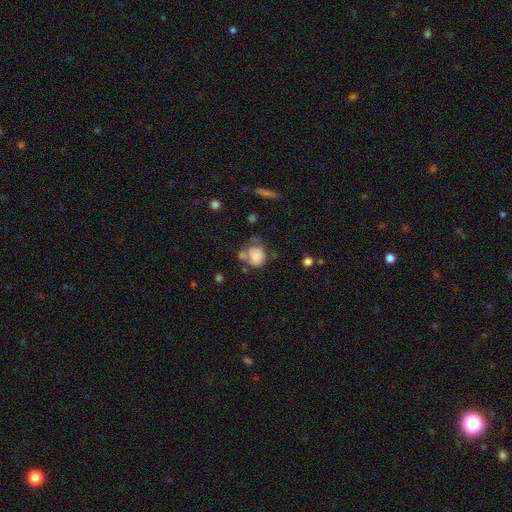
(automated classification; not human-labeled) This is likely a smooth galaxy (71%). How rounded: likely round (64%). Merging: marginally none (33%).